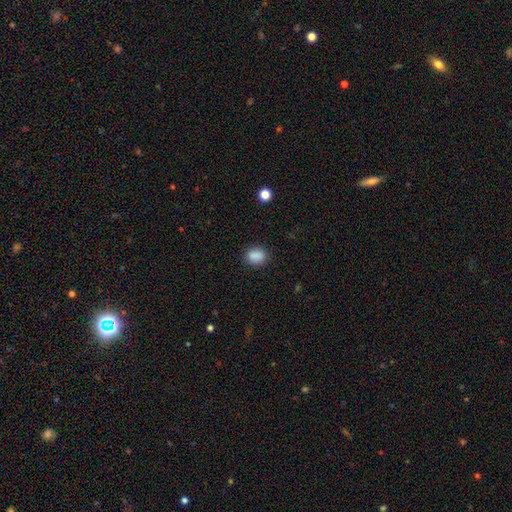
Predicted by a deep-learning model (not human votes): This is clearly a smooth galaxy (87%). How rounded: possibly in between (57%). Merging: clearly none (85%).